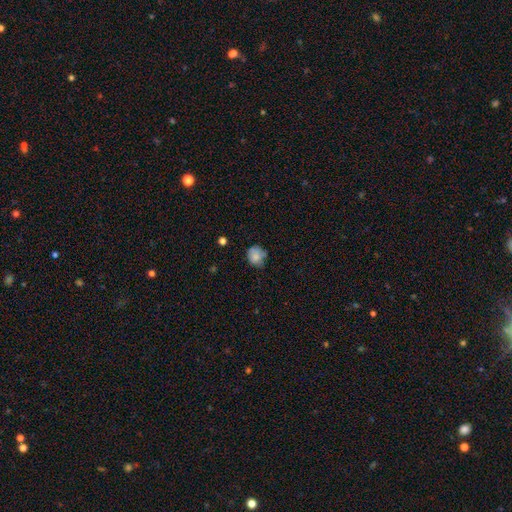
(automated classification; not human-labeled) Smooth or featured: smooth — 78% (featured or disk — 13%)
How rounded: round — 74% (in between — 25%)
Merging: none — 56% (minor disturbance — 32%)